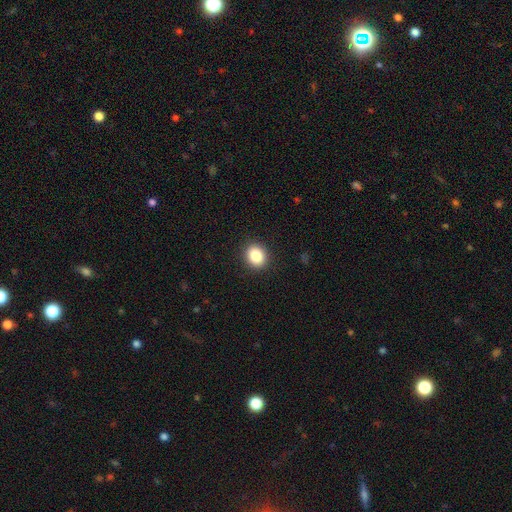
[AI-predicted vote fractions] smooth_or_featured: smooth (p=0.86) [alt: star or artifact p=0.09]
how_rounded: round (p=0.64) [alt: in between p=0.35]
merging: none (p=0.91) [alt: minor disturbance p=0.06]